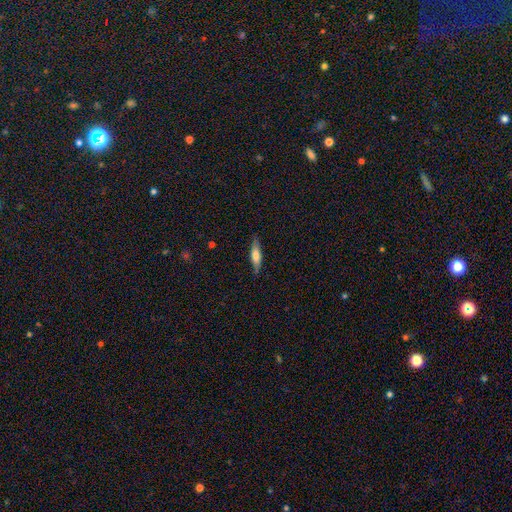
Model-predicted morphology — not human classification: Overall: smooth (61%; featured or disk 32%). How rounded: cigar-shaped (68%; in between 30%). Merging: none (81%).